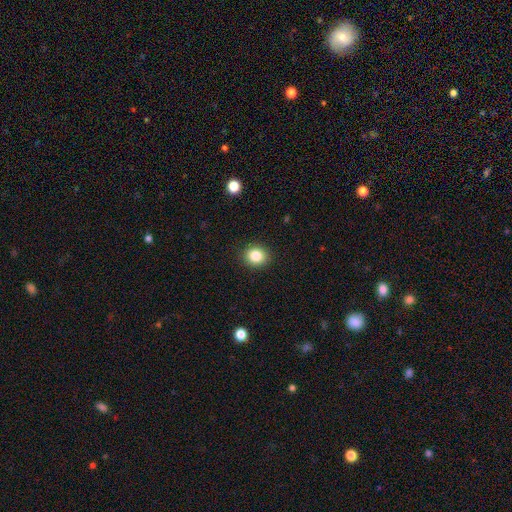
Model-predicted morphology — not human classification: The model was most divided on "how rounded": round: 75%, in between: 25%, cigar-shaped: 1%. More confident: merging — none (90%); smooth or featured — smooth (84%).